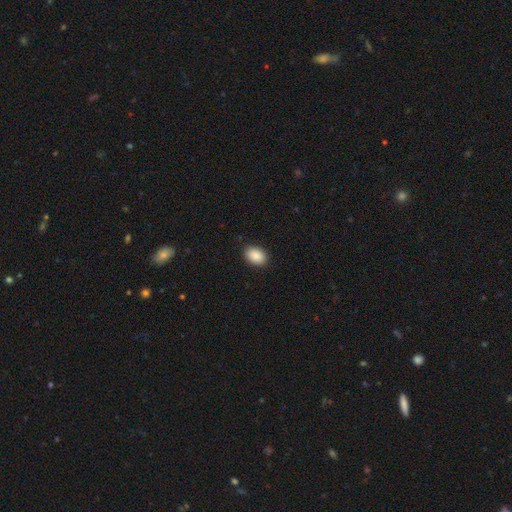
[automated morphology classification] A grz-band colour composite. It shows a smooth galaxy with no disk features (89%) that is in between round and cigar-shaped (83%). Merging: none (90%).